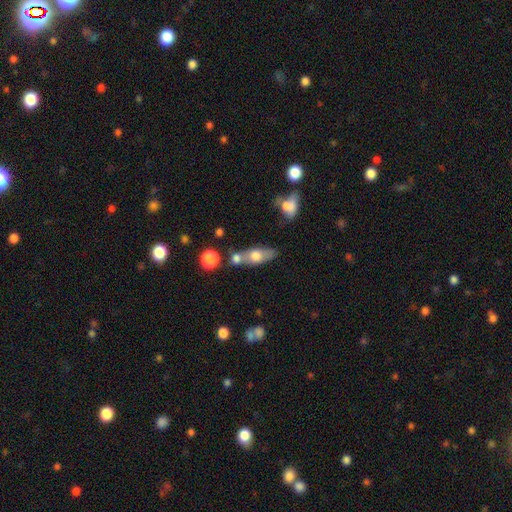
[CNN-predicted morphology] type=smooth (60%); roundness=in between (65%); merging=none (51%).